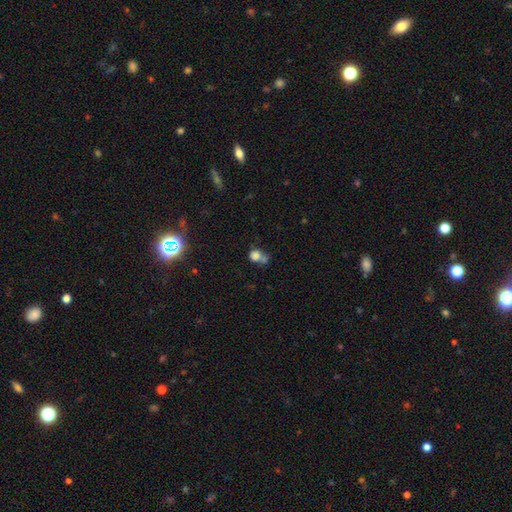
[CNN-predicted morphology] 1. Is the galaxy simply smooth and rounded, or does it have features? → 77% smooth, 13% star or artifact, 9% featured or disk.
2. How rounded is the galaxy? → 77% round, 22% in between, 1% cigar-shaped.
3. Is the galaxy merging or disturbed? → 42% merger, 39% none, 12% minor disturbance, 8% major disturbance.